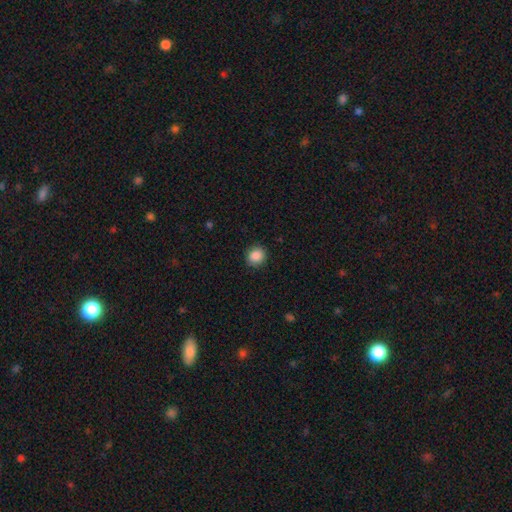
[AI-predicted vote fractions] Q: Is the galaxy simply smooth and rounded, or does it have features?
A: smooth — 88%.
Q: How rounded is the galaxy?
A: round — 84%.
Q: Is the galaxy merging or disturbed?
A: none — 89%.